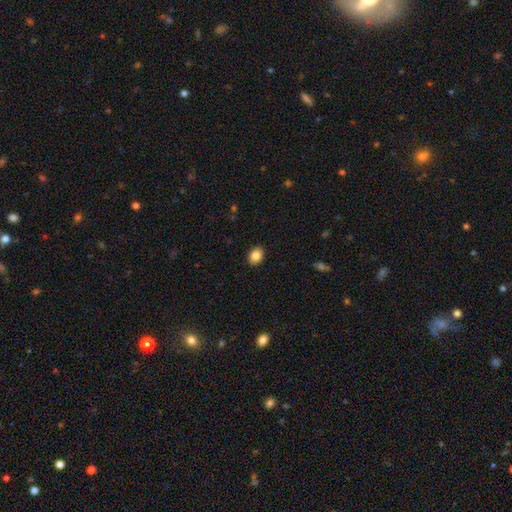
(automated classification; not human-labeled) smooth_or_featured: smooth (p=0.86) [alt: star or artifact p=0.09]
how_rounded: in between (p=0.64) [alt: round p=0.35]
merging: none (p=0.90) [alt: minor disturbance p=0.07]